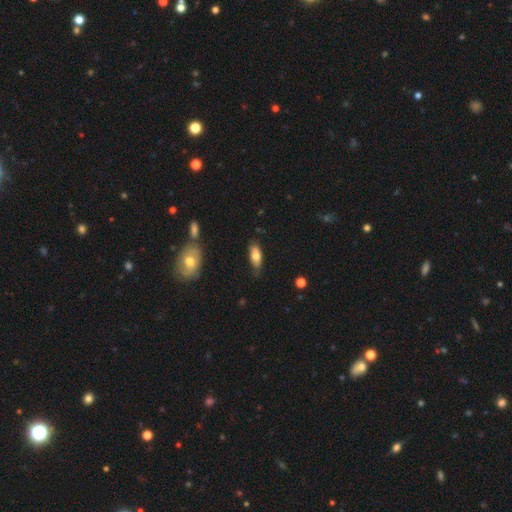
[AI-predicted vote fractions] Smooth or featured? Predicted: smooth (p=0.73). How rounded? Predicted: in between (p=0.79). Merging? Predicted: none (p=0.71).